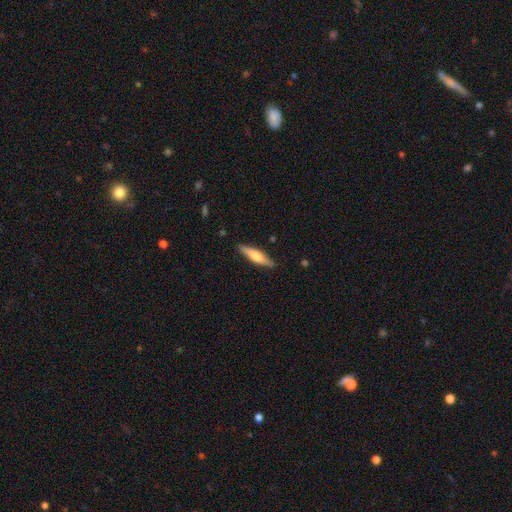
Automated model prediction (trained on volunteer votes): Smooth or featured: smooth — 56% (featured or disk — 38%)
How rounded: cigar-shaped — 76% (in between — 22%)
Merging: none — 88% (minor disturbance — 9%)